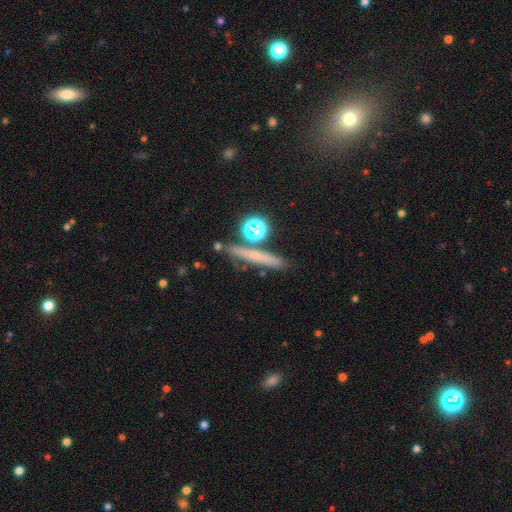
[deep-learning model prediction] smooth 45%, featured or disk 31%, star or artifact 24%. Down the decision tree: merging — none (78%).